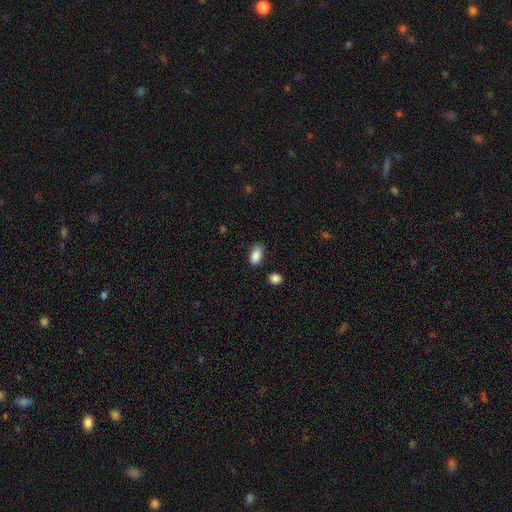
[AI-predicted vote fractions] Morphology: type=smooth (88%); roundness=in between (91%); merging=none (72%).